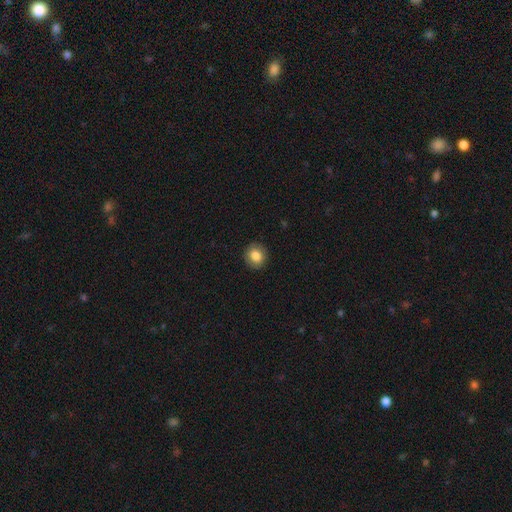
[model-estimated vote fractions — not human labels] Smooth or featured? smooth (83%)
How rounded? round (83%)
Merging? none (90%)